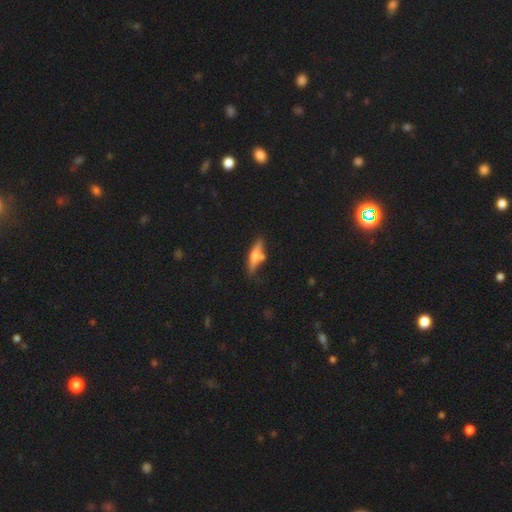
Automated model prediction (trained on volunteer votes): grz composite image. It shows a featured or disk galaxy (47%). Merging: none (68%).